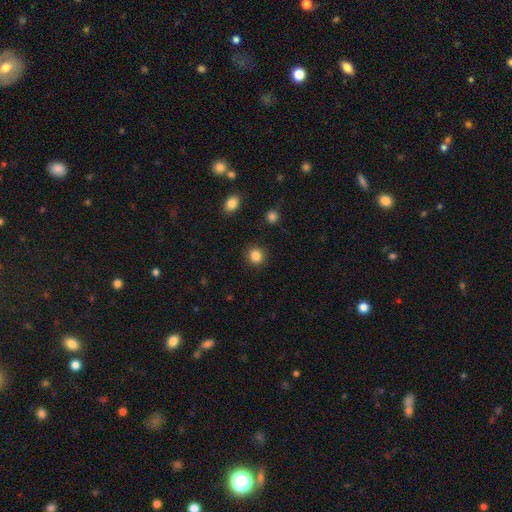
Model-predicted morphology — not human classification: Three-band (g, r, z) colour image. It shows a smooth galaxy with no disk features (85%) that is round (87%). Merging: none (91%).